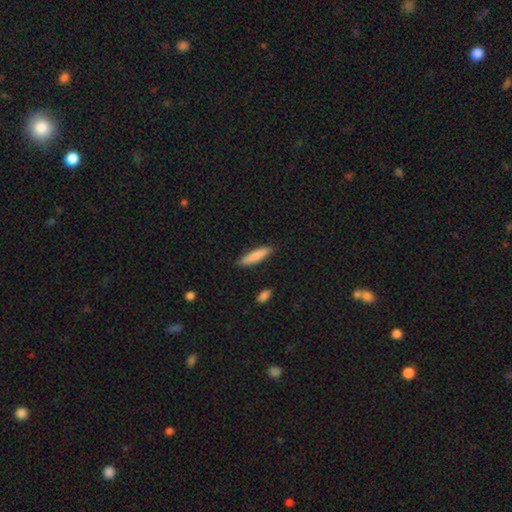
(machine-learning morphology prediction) Smooth or featured? Predicted: smooth (p=0.83). How rounded? Predicted: cigar-shaped (p=0.79). Merging? Predicted: none (p=0.88).